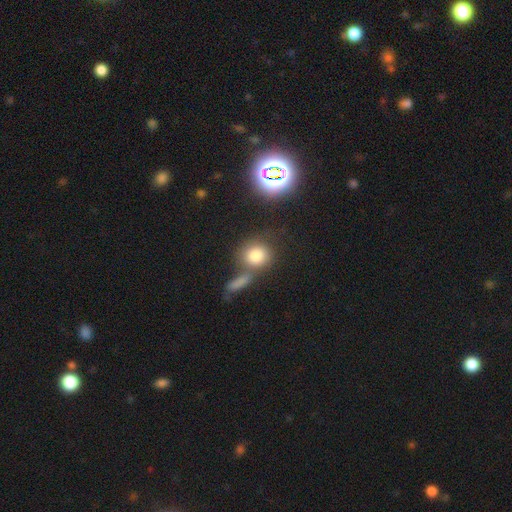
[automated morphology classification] Smooth or featured?
  - smooth: 78% *
  - star or artifact: 12%
  - featured or disk: 9%
How rounded?
  - round: 74% *
  - in between: 23%
  - cigar-shaped: 3%
Merging?
  - none: 50% *
  - merger: 32%
  - minor disturbance: 11%
  - major disturbance: 7%